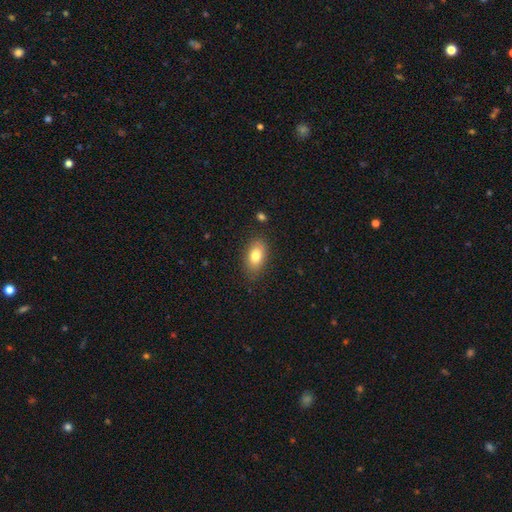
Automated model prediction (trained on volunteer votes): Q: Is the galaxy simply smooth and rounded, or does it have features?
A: smooth — 79%.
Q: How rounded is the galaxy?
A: in between — 88%.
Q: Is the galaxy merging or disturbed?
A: none — 83%.